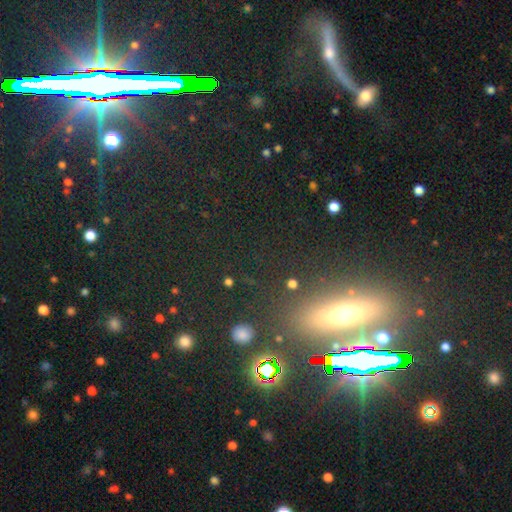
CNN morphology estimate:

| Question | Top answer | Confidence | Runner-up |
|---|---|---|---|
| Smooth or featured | star or artifact | 48% | smooth (34%) |